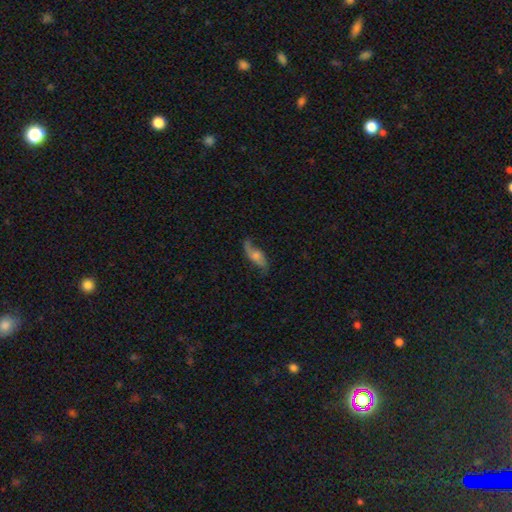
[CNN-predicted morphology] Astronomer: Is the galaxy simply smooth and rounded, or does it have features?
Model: featured or disk — 65%.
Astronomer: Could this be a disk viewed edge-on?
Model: no — 80%.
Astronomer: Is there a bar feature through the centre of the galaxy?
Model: no — 65%.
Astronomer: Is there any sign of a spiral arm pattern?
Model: yes — 89%.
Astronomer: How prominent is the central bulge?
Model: moderate — 44% (runner-up: small, 34%).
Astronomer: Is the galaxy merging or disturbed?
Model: none — 70%.